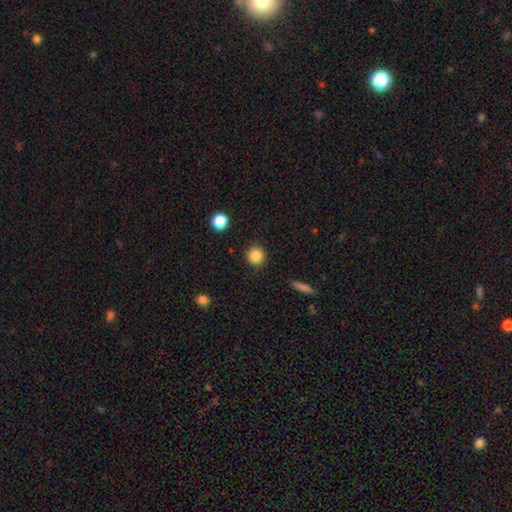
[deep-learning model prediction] Smooth or featured? smooth (86%)
How rounded? round (94%)
Merging? none (90%)